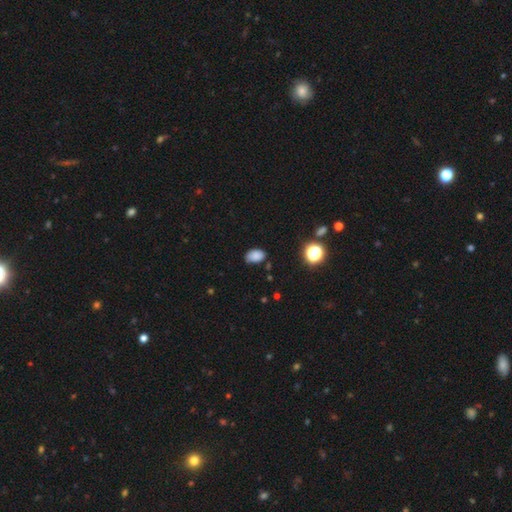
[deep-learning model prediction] This appears to be a smooth galaxy with no disk features (84%) that is in between round and cigar-shaped (88%). Merging: none (78%).